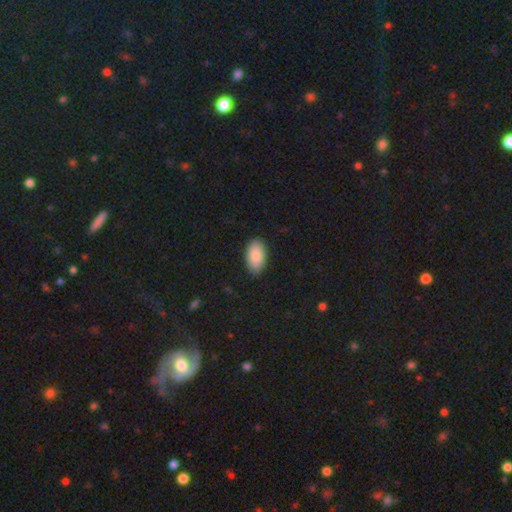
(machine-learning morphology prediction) Overall: smooth (87%). How rounded: in between (95%). Merging: none (86%).